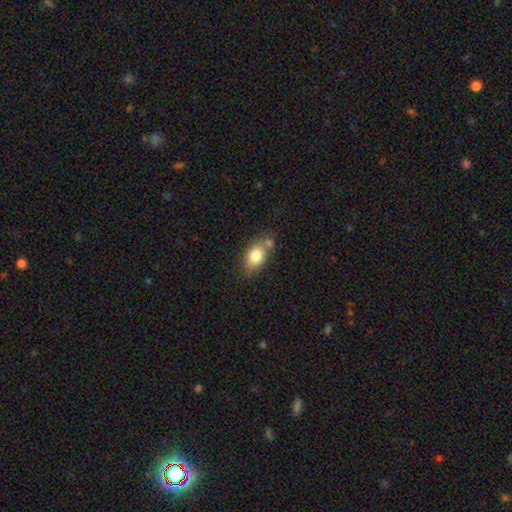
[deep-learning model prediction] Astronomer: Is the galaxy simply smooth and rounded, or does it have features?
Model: smooth — 77%.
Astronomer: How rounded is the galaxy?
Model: in between — 77%.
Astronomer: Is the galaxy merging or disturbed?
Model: none — 51%.